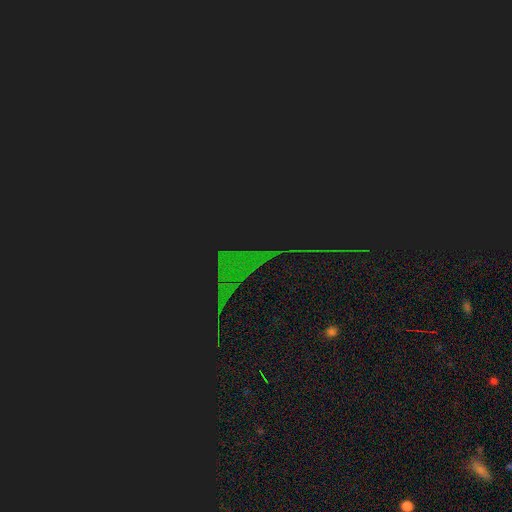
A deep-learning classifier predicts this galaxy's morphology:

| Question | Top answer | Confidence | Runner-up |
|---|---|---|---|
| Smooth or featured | star or artifact | 81% | smooth (11%) |